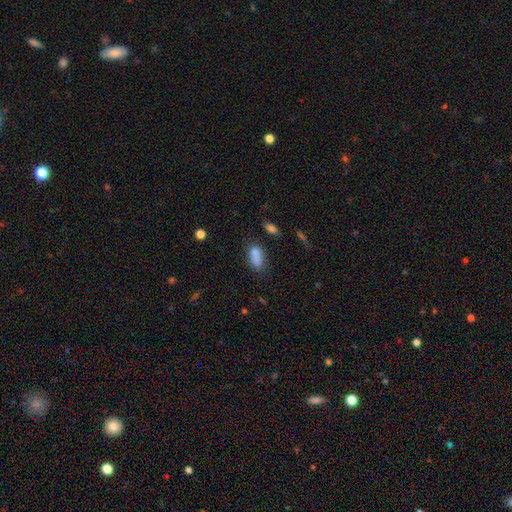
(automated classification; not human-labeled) This appears to be a smooth galaxy with no disk features (84%) that is in between round and cigar-shaped (85%). Merging: none (66%).